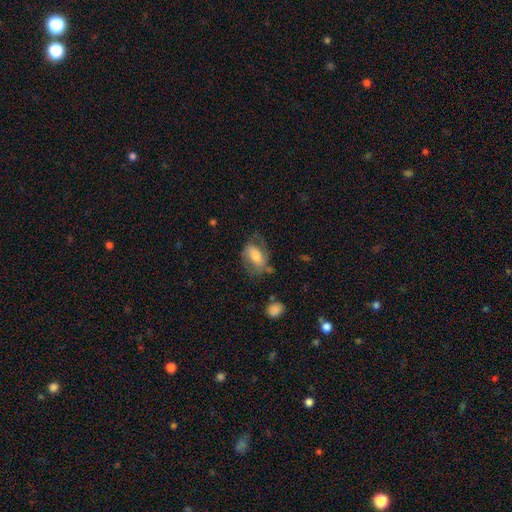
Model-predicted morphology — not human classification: A smooth galaxy with no disk features (46%, tied with featured or disk).

Vote fractions:
- Smooth or featured? smooth: 46% (tied) / featured or disk: 46% (tied) / star or artifact: 7%
- Merging? none: 55% / minor disturbance: 24% / major disturbance: 17% / merger: 3%